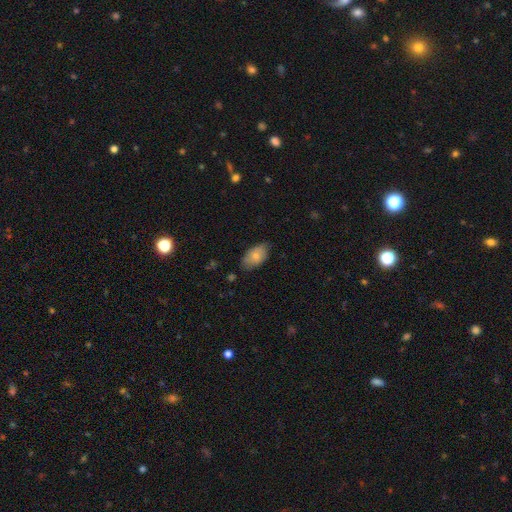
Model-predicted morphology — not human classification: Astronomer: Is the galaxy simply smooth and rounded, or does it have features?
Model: smooth — 73%.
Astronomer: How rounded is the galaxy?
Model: in between — 93%.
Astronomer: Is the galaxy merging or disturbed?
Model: none — 72%.